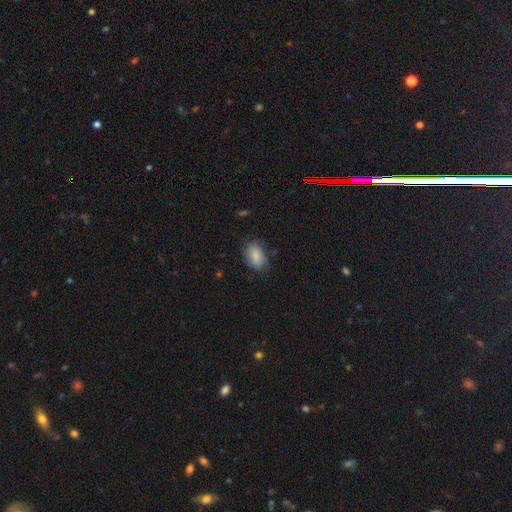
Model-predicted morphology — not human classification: Overall: smooth (86%). How rounded: in between (88%). Merging: none (74%).